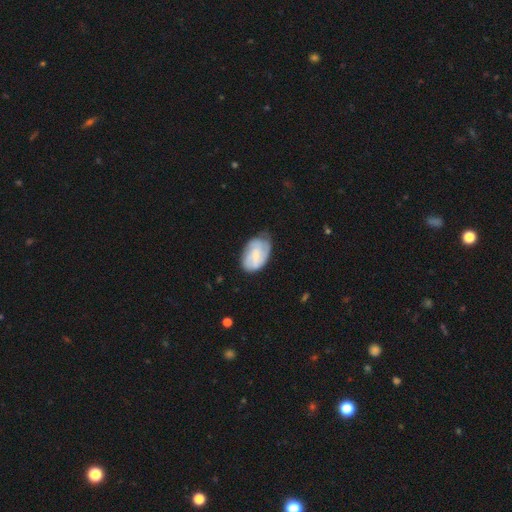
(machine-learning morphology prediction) This is possibly a featured or disk galaxy (52%). It is clearly not viewed edge-on (97%). Merging: possibly none (59%).